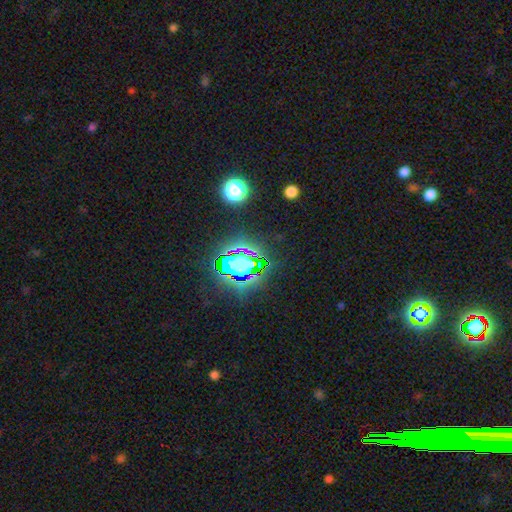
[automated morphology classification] The model was most divided on "smooth or featured": star or artifact: 74%, smooth: 16%, featured or disk: 10%.